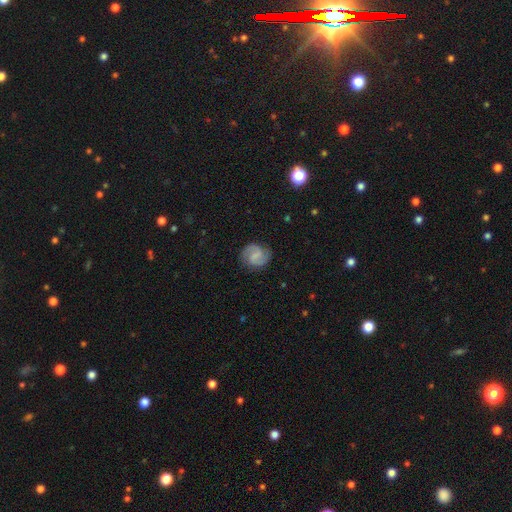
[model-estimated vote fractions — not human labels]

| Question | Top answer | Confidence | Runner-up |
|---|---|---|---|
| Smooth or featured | featured or disk | 80% | smooth (14%) |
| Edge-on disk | no | 98% | yes (2%) |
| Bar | weak | 52% | no (25%) |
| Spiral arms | yes | 97% | no (3%) |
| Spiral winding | medium | 52% | tight (30%) |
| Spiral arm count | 2 | 92% | can't tell (3%) |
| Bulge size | none | 49% | small (33%) |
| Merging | none | 83% | minor disturbance (12%) |